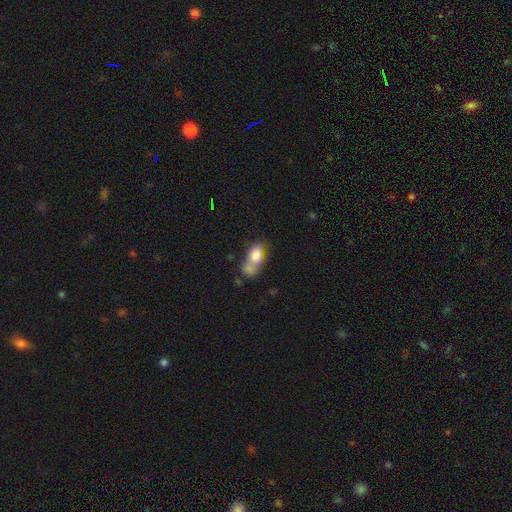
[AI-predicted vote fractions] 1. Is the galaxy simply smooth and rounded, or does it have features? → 77% smooth, 14% featured or disk, 8% star or artifact.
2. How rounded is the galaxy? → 78% in between, 19% round, 3% cigar-shaped.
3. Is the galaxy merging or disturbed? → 51% merger, 23% none, 15% minor disturbance, 11% major disturbance.